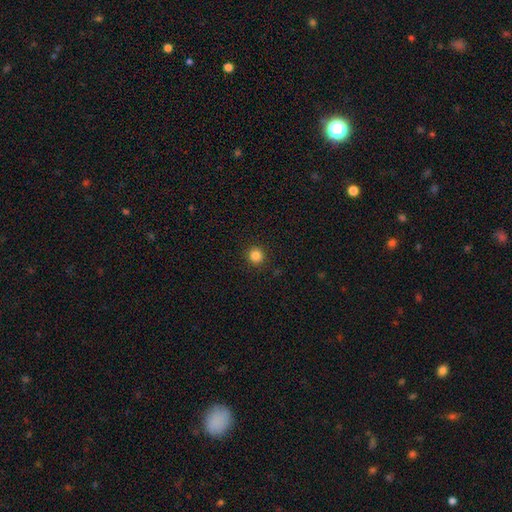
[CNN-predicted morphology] Smooth or featured? Predicted: smooth (p=0.84). How rounded? Predicted: round (p=0.95). Merging? Predicted: none (p=0.93).